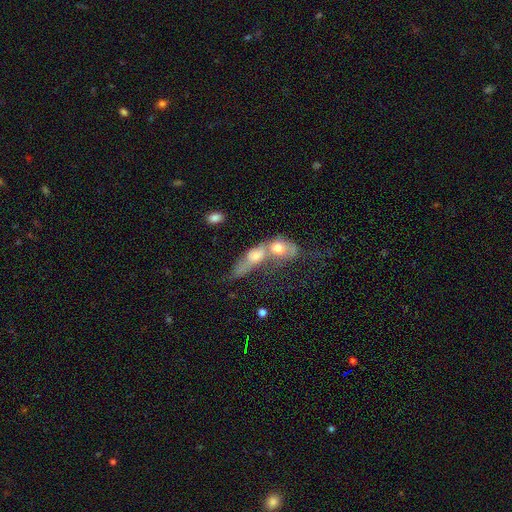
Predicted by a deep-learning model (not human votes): smooth_or_featured: smooth (p=0.58) [alt: featured or disk p=0.32]
how_rounded: in between (p=0.57) [alt: cigar-shaped p=0.23]
merging: merger (p=0.76) [alt: none p=0.10]